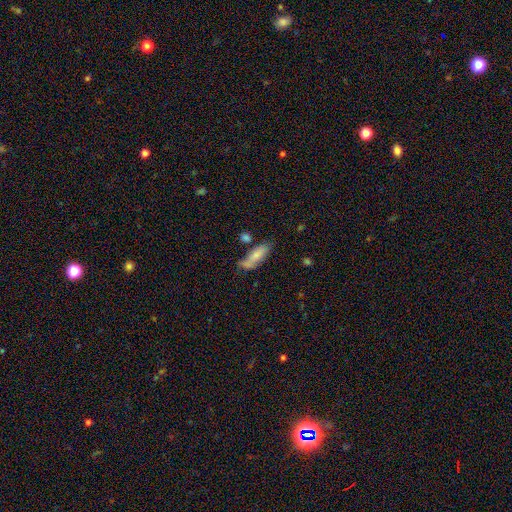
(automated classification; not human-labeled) smooth 75%, featured or disk 18%, star or artifact 7%. Down the decision tree: how rounded — in between (64%); merging — none (47%).